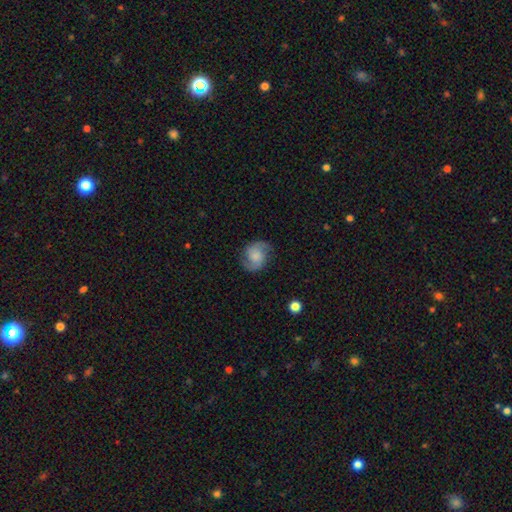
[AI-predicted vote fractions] This appears to be a featured or disk galaxy (69%) with no bar (65%), 2 (92%) medium (50%) spiral arms (95%) and no central bulge (31%). Merging: none (79%).